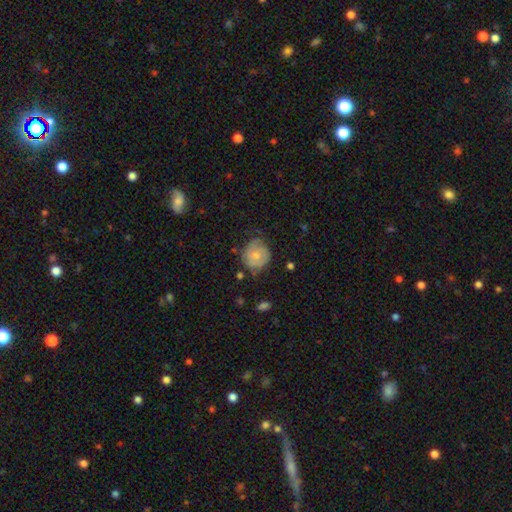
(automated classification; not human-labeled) Smooth or featured? Predicted: smooth (p=0.60). How rounded? Predicted: round (p=0.79). Merging? Predicted: none (p=0.51).